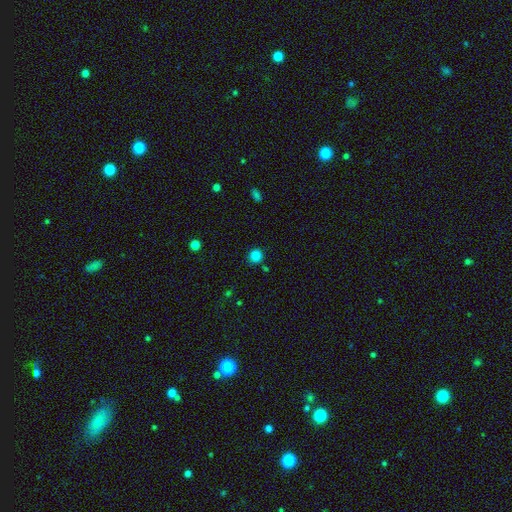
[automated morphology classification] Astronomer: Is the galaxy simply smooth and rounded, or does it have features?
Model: smooth — 84%.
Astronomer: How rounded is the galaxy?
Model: round — 91%.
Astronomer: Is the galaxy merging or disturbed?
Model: none — 85%.